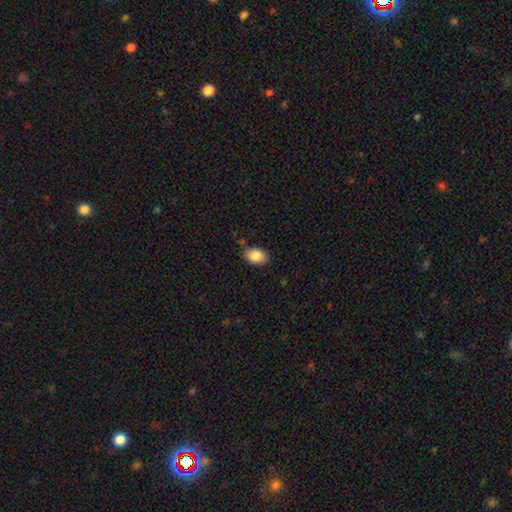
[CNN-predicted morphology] Smooth or featured? Predicted: smooth (p=0.86). How rounded? Predicted: in between (p=0.80). Merging? Predicted: none (p=0.82).